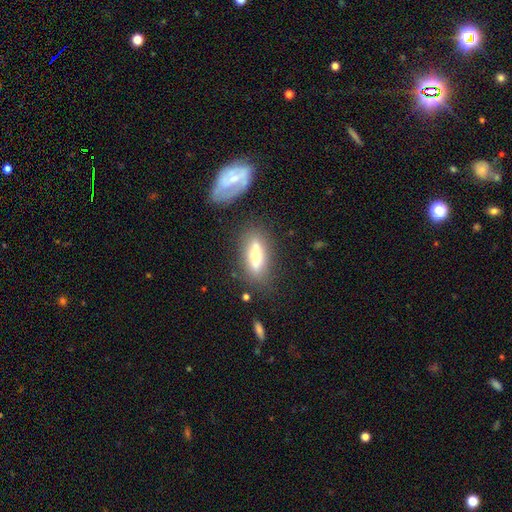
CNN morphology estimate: Smooth or featured: smooth — 51% (featured or disk — 41%)
How rounded: cigar-shaped — 53% (in between — 44%)
Merging: none — 74% (minor disturbance — 15%)